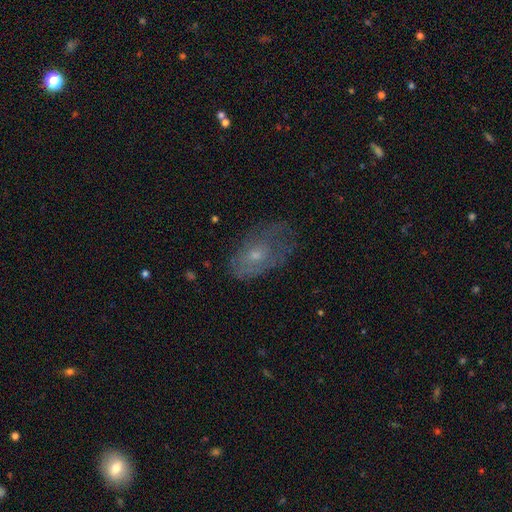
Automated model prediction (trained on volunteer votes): Q: Smooth or featured?
A: featured or disk (47%); runner-up: smooth (43%)
Q: Merging?
A: none (50%); runner-up: minor disturbance (29%)